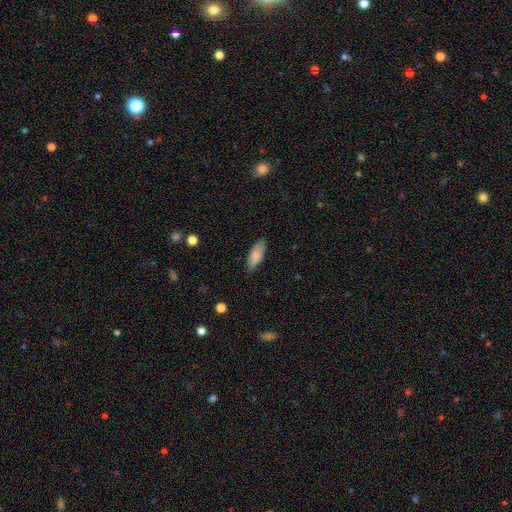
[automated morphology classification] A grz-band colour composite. It shows a smooth galaxy with no disk features (80%) that is in between round and cigar-shaped (75%). Merging: none (81%).